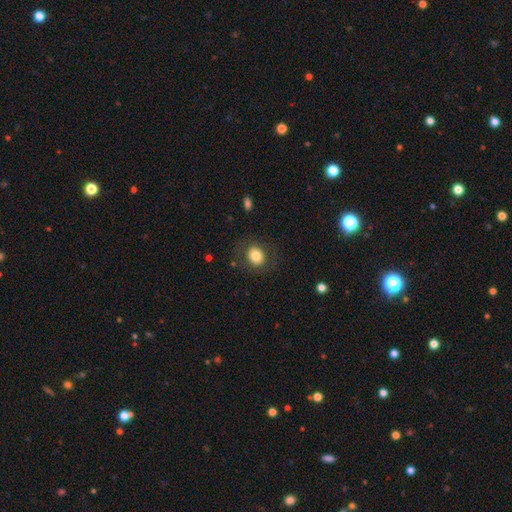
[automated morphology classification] The model was most divided on "how rounded": round: 64%, in between: 35%, cigar-shaped: 1%. More confident: merging — none (81%); smooth or featured — smooth (79%).